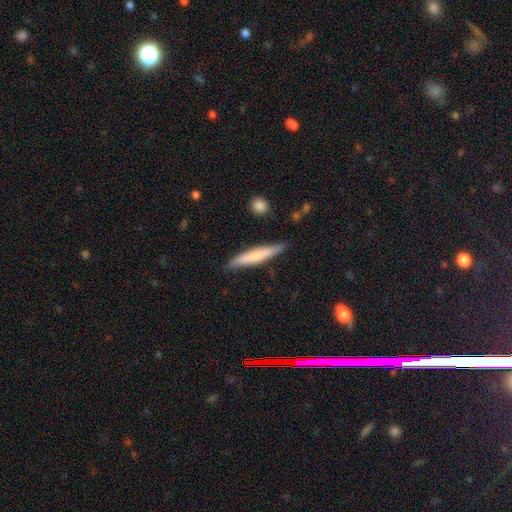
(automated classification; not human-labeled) smooth-or-featured: smooth: 65% | featured or disk: 29% | star or artifact: 5%
  how-rounded: cigar-shaped: 92% | in between: 7% | round: 1%
  merging: none: 86% | minor disturbance: 11% | major disturbance: 2% | merger: 2%